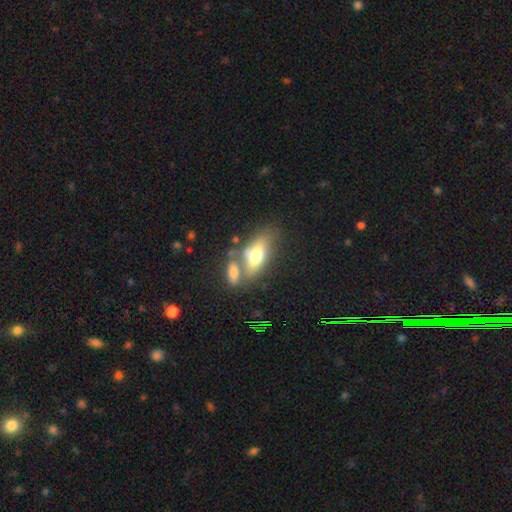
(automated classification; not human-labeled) Smooth or featured? Predicted: smooth (p=0.64). How rounded? Predicted: in between (p=0.78). Merging? Predicted: none (p=0.41).